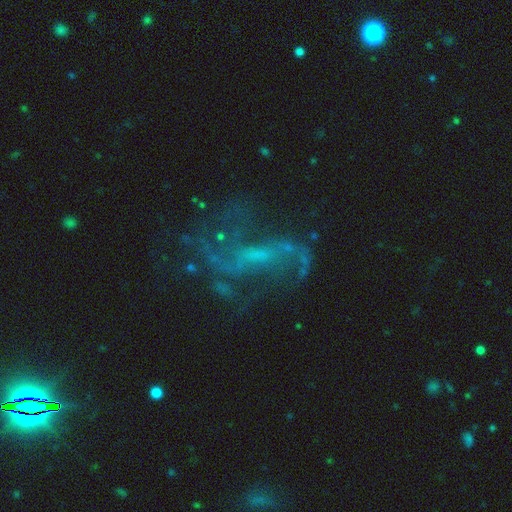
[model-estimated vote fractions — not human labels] This appears to be a featured or disk galaxy (71%) with a weak bar (42%), 2 (51%) loose (73%) spiral arms (77%) and a small central bulge (43%). Merging: none (52%).